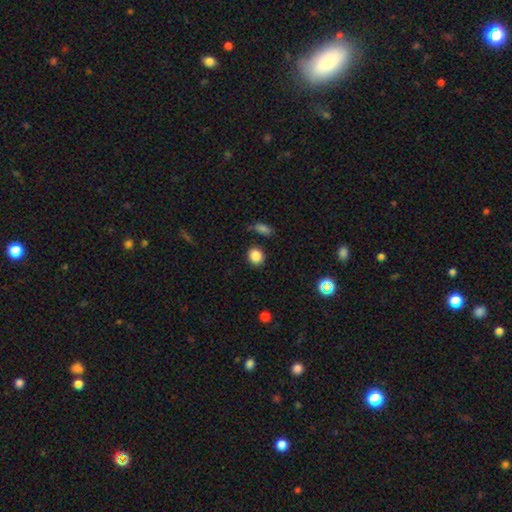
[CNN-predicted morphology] A smooth galaxy with no disk features (86%) that is round (70%). Merging: none (84%).